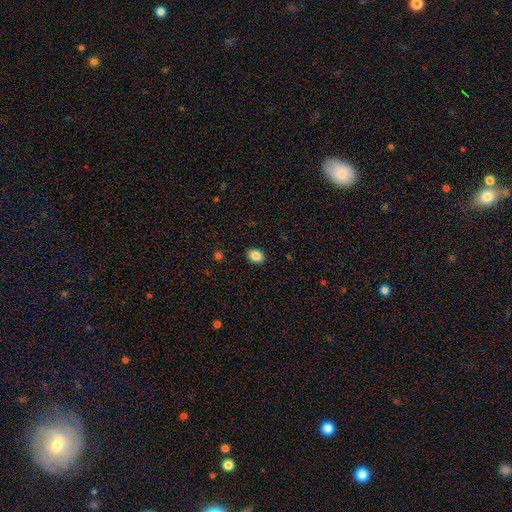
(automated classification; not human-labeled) Smooth or featured? smooth (87%)
How rounded? in between (65%)
Merging? none (89%)